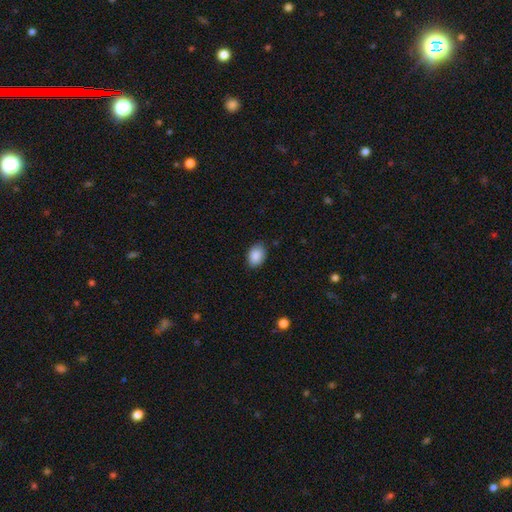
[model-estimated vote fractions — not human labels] Smooth or featured: smooth — 89% (star or artifact — 7%)
How rounded: in between — 79% (round — 20%)
Merging: none — 82% (minor disturbance — 14%)